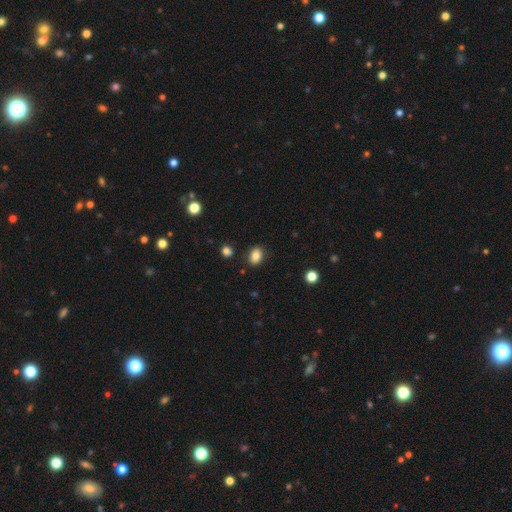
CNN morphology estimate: The model was most divided on "how rounded": in between: 74%, round: 25%, cigar-shaped: 1%. More confident: merging — none (86%); smooth or featured — smooth (85%).